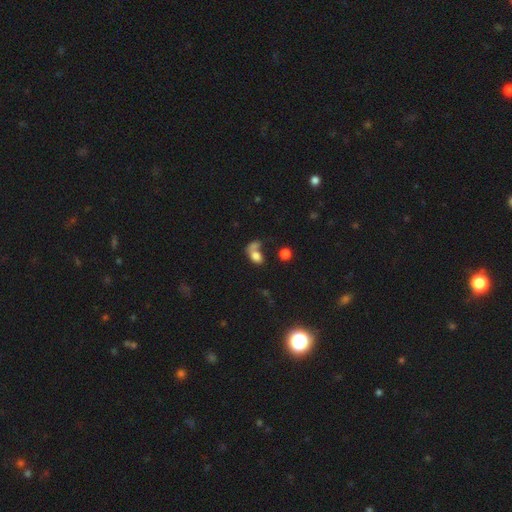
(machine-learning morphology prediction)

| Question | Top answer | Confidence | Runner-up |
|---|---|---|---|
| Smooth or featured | smooth | 73% | featured or disk (15%) |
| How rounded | in between | 81% | round (16%) |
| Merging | merger | 41% | none (31%) |